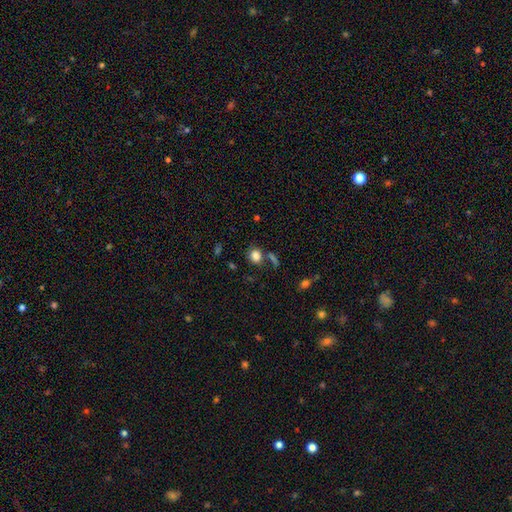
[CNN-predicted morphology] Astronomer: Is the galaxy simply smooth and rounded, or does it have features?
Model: smooth — 83%.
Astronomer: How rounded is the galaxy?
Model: round — 70%.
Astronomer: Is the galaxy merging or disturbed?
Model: none — 67%.